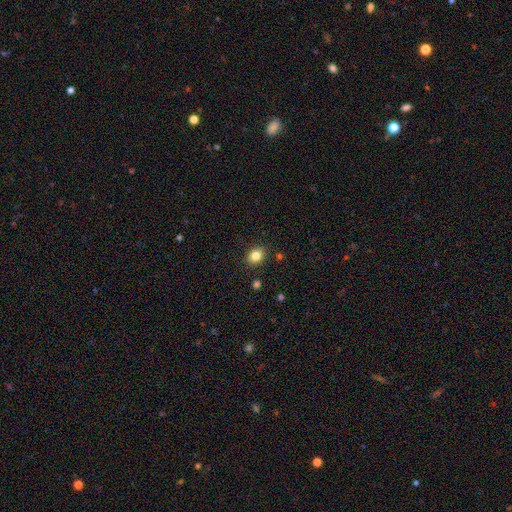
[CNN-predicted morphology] Q: Smooth or featured?
A: smooth (83%); runner-up: star or artifact (10%)
Q: How rounded?
A: round (54%); runner-up: in between (45%)
Q: Merging?
A: none (88%); runner-up: minor disturbance (8%)